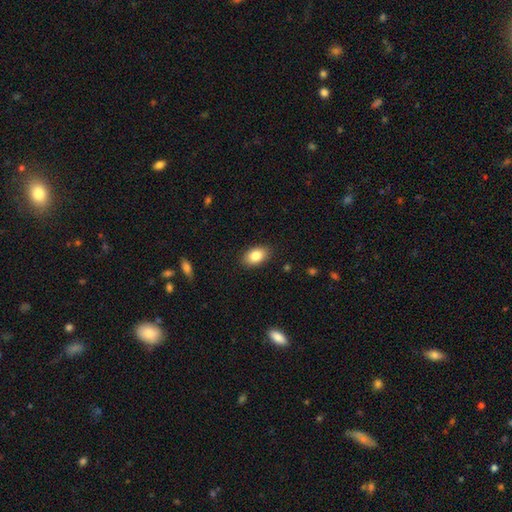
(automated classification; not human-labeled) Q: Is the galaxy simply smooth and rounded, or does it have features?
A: smooth — 84%.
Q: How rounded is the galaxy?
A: in between — 89%.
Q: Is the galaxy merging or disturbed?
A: none — 88%.